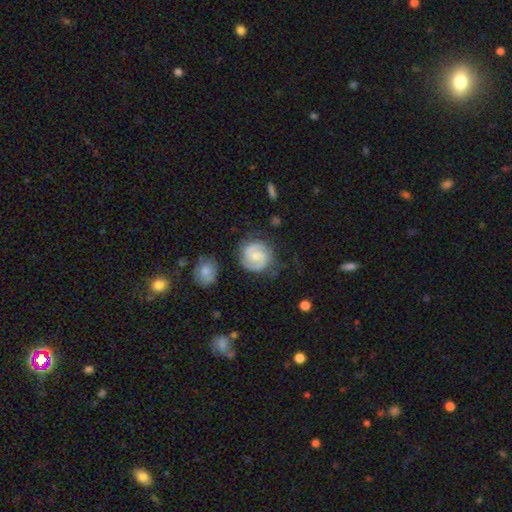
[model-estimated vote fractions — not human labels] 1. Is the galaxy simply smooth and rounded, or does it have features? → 81% featured or disk, 14% smooth, 5% star or artifact.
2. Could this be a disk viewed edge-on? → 98% no, 2% yes.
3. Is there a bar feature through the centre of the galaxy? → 46% weak, 45% no, 9% strong.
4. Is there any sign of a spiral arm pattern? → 97% yes, 3% no.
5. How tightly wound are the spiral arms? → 47% medium, 42% tight, 11% loose.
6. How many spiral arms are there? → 89% 2, 5% can't tell, 3% 3, 2% 1, 1% 4, 1% more than 4.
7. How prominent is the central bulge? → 50% small, 38% moderate, 8% none, 2% large, 1% dominant.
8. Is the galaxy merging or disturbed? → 75% none, 16% minor disturbance, 5% major disturbance, 3% merger.